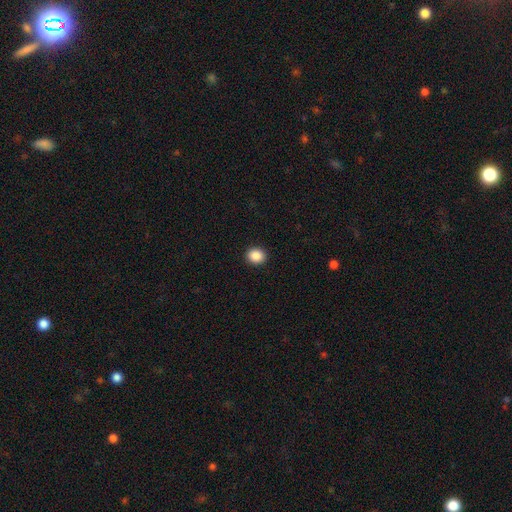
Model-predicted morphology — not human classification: Smooth or featured? Predicted: smooth (p=0.88). How rounded? Predicted: round (p=0.66). Merging? Predicted: none (p=0.92).